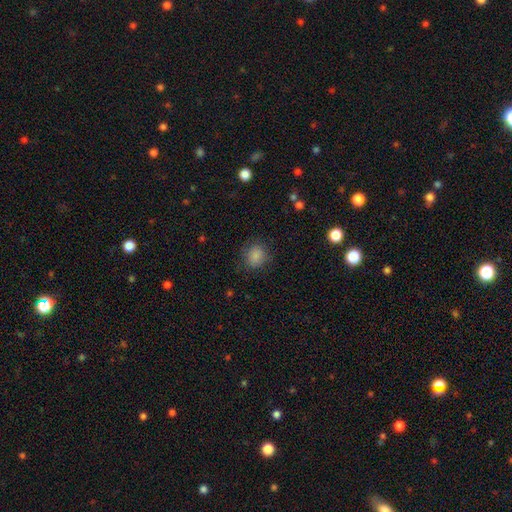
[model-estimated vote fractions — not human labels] This is clearly a smooth galaxy (85%). How rounded: likely round (74%). Merging: clearly none (81%).